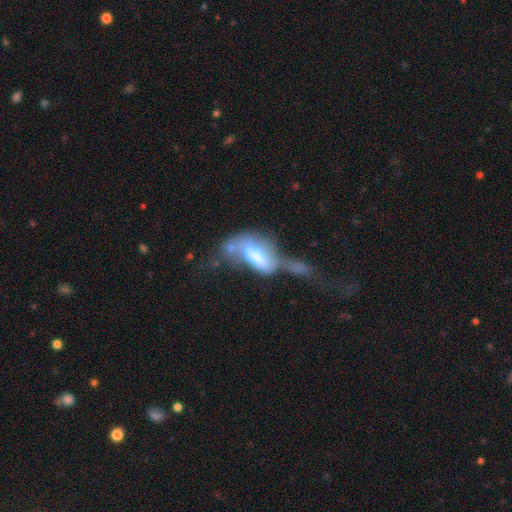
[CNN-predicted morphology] smooth-or-featured: smooth: 48% | featured or disk: 42% | star or artifact: 10%
  merging: merger: 50% | major disturbance: 31% | none: 10% | minor disturbance: 9%